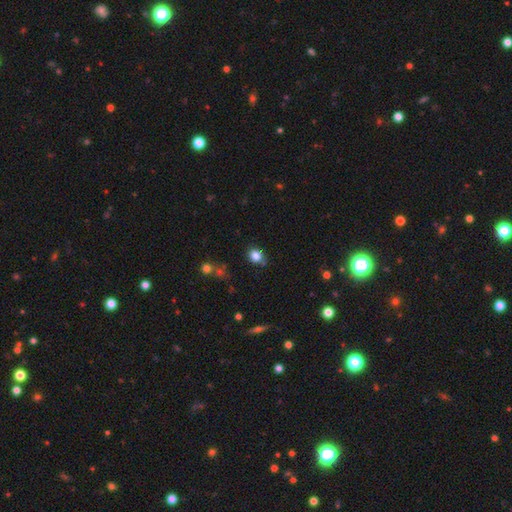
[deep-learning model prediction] Smooth or featured? Predicted: smooth (p=0.83). How rounded? Predicted: round (p=0.67). Merging? Predicted: none (p=0.76).